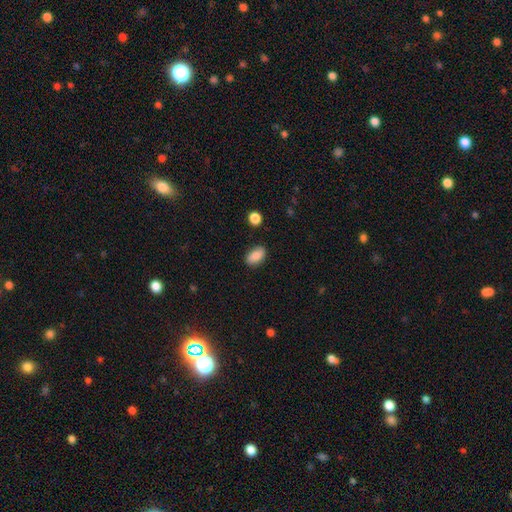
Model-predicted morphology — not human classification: Overall: smooth (85%). How rounded: in between (90%). Merging: none (85%).